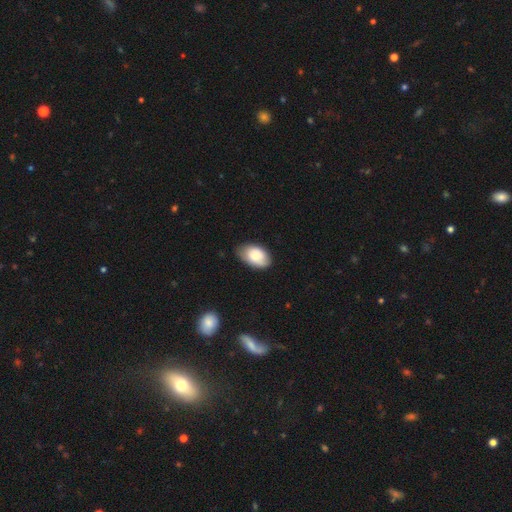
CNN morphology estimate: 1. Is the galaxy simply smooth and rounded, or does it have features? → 79% smooth, 15% featured or disk, 6% star or artifact.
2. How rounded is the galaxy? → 91% in between, 8% round, 1% cigar-shaped.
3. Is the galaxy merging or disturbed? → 74% none, 22% minor disturbance, 3% major disturbance, 1% merger.